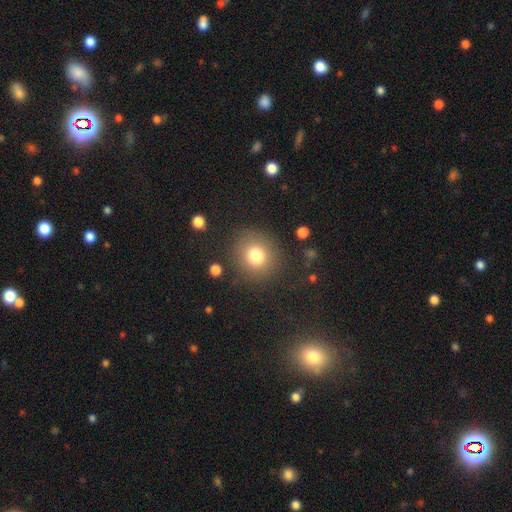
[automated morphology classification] This appears to be a smooth galaxy with no disk features (78%) that is round (87%). Merging: none (85%).